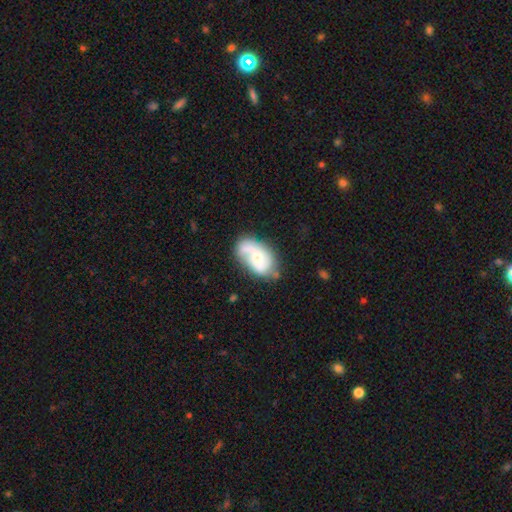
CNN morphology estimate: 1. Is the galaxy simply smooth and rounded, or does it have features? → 66% featured or disk, 28% smooth, 7% star or artifact.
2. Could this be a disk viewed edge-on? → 97% no, 3% yes.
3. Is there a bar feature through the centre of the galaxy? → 65% no, 29% weak, 6% strong.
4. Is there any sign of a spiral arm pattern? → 86% yes, 14% no.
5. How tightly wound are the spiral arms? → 43% medium, 33% loose, 23% tight.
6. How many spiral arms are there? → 65% 2, 15% 1, 13% can't tell, 5% 3, 1% 4, 1% more than 4.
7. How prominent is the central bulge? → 56% small, 33% moderate, 6% none, 3% large, 1% dominant.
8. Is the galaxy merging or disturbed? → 52% none, 26% minor disturbance, 14% major disturbance, 9% merger.